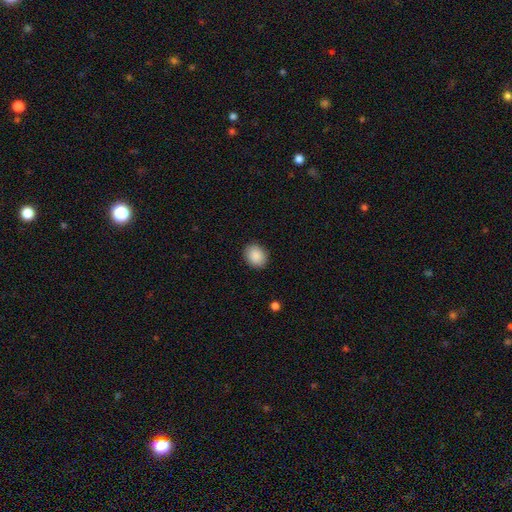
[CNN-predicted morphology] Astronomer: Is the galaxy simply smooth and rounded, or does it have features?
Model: smooth — 90%.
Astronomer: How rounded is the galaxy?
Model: round — 53% (runner-up: in between, 46%).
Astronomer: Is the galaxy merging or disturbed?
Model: none — 89%.